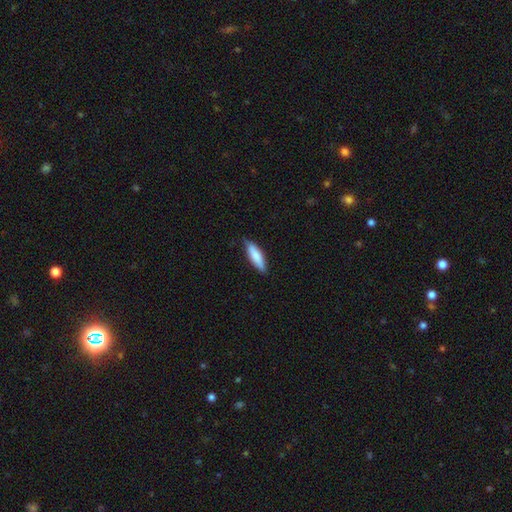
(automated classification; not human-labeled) Q: Smooth or featured?
A: smooth (81%); runner-up: featured or disk (14%)
Q: How rounded?
A: cigar-shaped (61%); runner-up: in between (37%)
Q: Merging?
A: none (81%); runner-up: minor disturbance (16%)